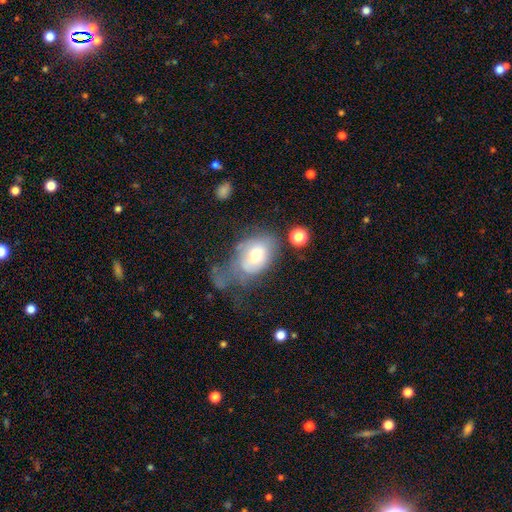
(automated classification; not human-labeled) A smooth galaxy with no disk features (61%) that is in between round and cigar-shaped (68%). Merging: major disturbance (43%).